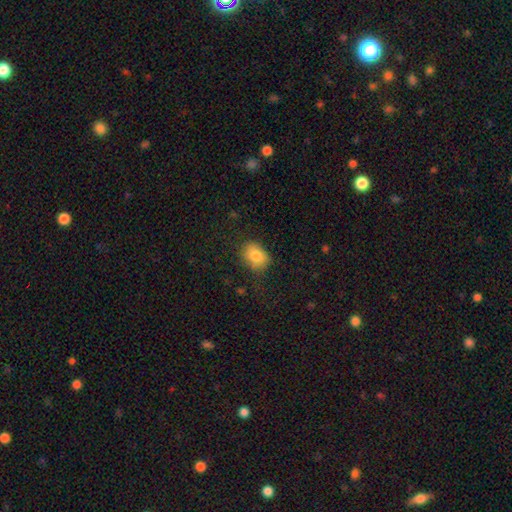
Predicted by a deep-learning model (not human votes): This is clearly a smooth galaxy (82%). How rounded: likely in between (60%). Merging: likely none (74%).